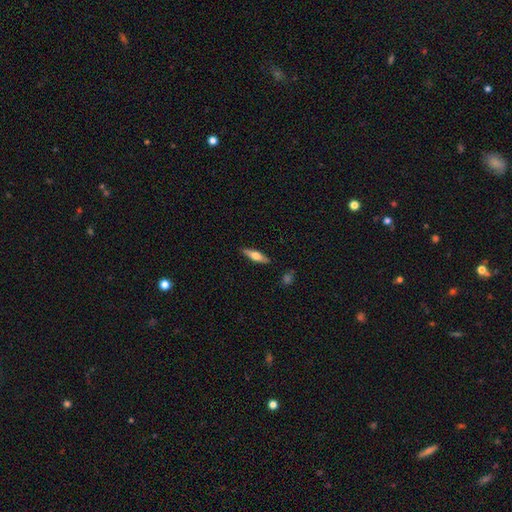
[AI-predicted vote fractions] This appears to be a smooth galaxy with no disk features (51%) that is cigar-shaped (67%). Merging: none (89%).